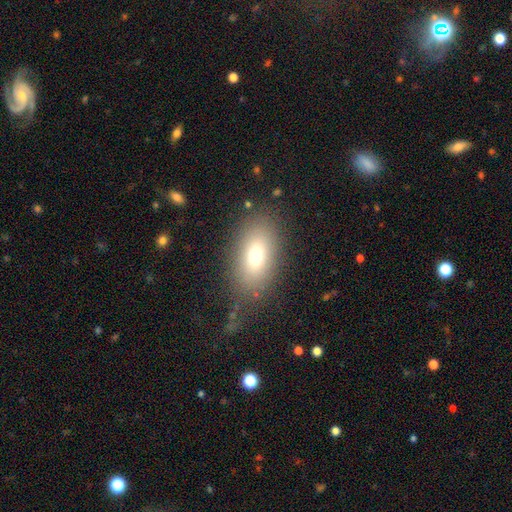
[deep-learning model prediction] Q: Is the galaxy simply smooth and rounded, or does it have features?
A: smooth — 73%.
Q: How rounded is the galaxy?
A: in between — 87%.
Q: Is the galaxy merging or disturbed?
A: none — 77%.